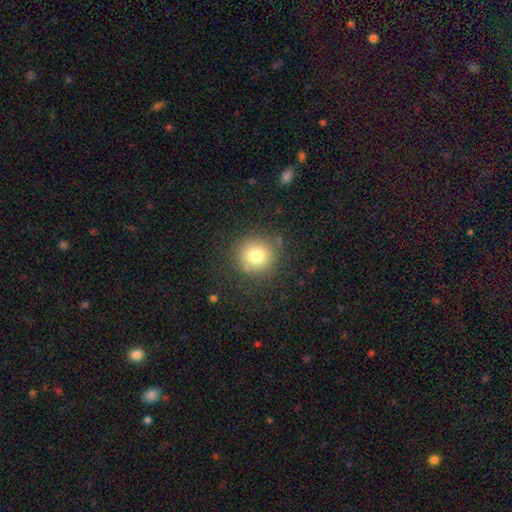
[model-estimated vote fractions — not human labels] Smooth or featured?
  - smooth: 77% *
  - star or artifact: 12%
  - featured or disk: 10%
How rounded?
  - round: 93% *
  - in between: 6%
  - cigar-shaped: 1%
Merging?
  - none: 83% *
  - minor disturbance: 11%
  - major disturbance: 4%
  - merger: 2%